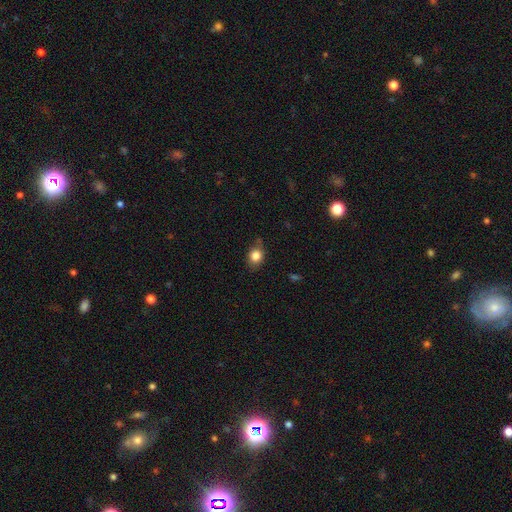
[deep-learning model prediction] This is clearly a smooth galaxy (83%). How rounded: possibly round (53%). Merging: likely none (71%).